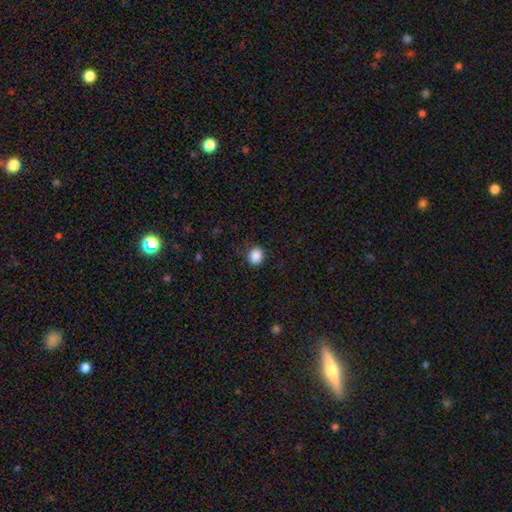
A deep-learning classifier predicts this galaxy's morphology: Smooth or featured? smooth (88%)
How rounded? round (66%)
Merging? none (85%)